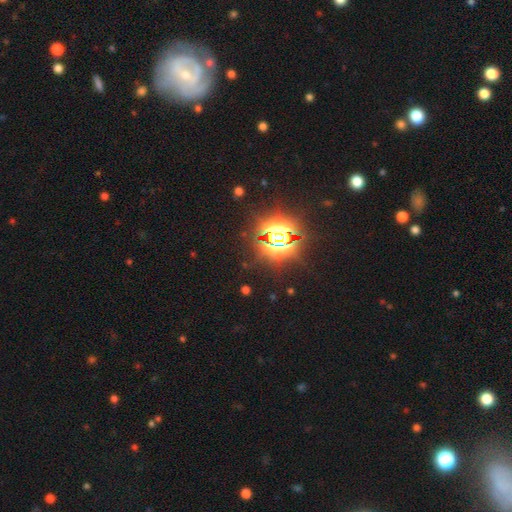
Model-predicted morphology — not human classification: type=star or artifact (76%).